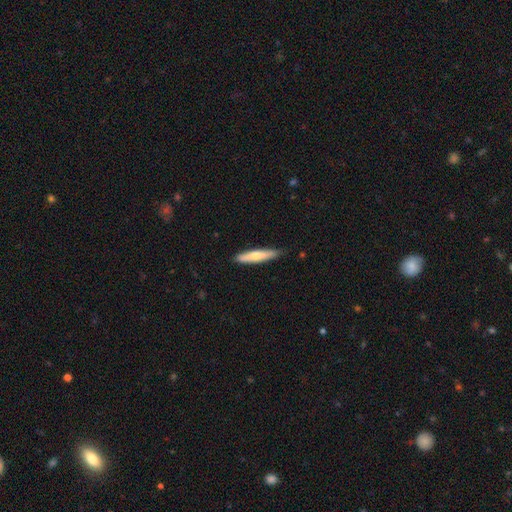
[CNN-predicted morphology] A smooth galaxy with no disk features (61%) that is cigar-shaped (88%).

Vote fractions:
- Smooth or featured? smooth: 61% / featured or disk: 34% / star or artifact: 5%
- How rounded? cigar-shaped: 88% / in between: 10% / round: 1%
- Merging? none: 84% / minor disturbance: 13% / major disturbance: 2% / merger: 1%